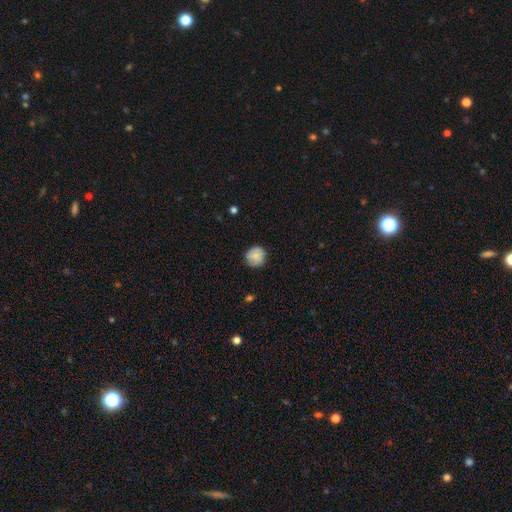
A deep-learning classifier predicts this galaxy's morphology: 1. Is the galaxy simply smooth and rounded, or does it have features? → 81% smooth, 12% featured or disk, 7% star or artifact.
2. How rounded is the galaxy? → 91% round, 8% in between, 1% cigar-shaped.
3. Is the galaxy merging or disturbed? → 84% none, 12% minor disturbance, 3% major disturbance, 1% merger.